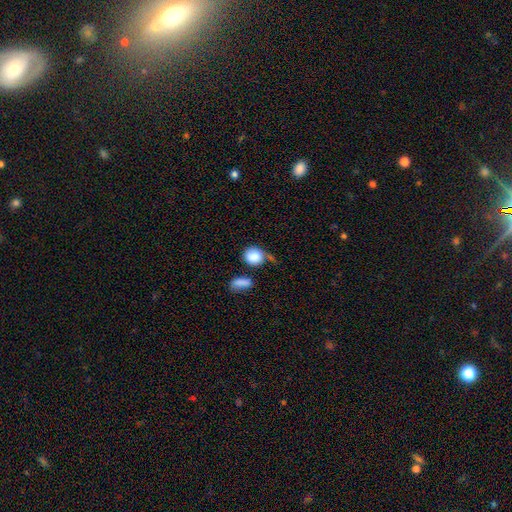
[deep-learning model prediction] This appears to be a smooth galaxy with no disk features (85%) that is round (76%). Merging: none (45%).